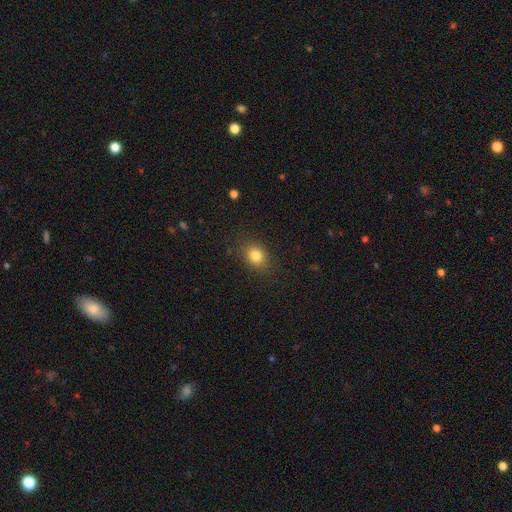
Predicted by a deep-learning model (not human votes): Overall: smooth (82%). How rounded: in between (54%; round 45%). Merging: none (85%).